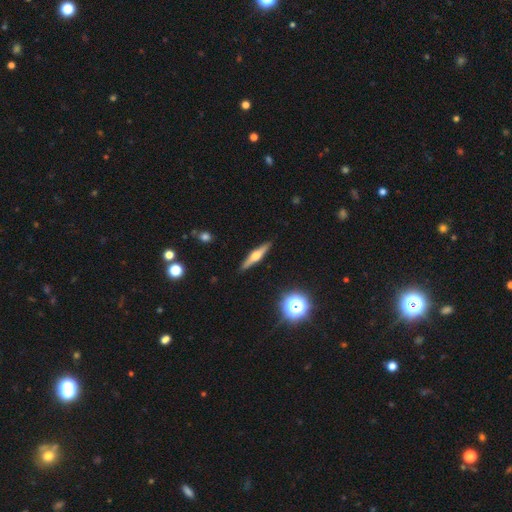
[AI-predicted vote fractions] featured or disk 67%, smooth 26%, star or artifact 7%. Down the decision tree: edge-on disk — yes (97%); edge-on bulge — rounded (93%); merging — none (91%).